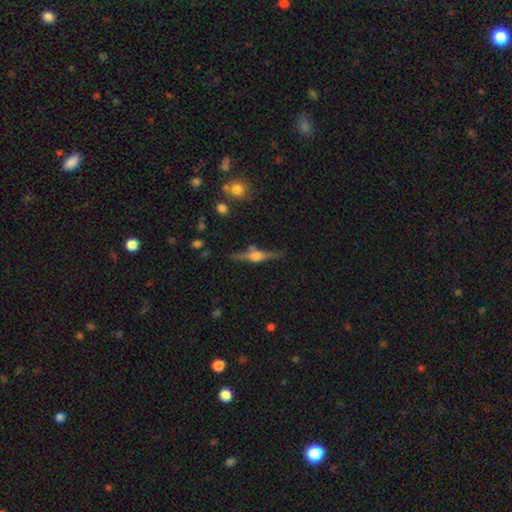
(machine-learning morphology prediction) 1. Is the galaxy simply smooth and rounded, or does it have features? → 73% featured or disk, 18% smooth, 8% star or artifact.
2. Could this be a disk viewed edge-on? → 96% yes, 4% no.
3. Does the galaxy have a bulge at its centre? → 88% rounded, 9% boxy, 3% none.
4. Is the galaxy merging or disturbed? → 80% none, 12% minor disturbance, 4% merger, 4% major disturbance.